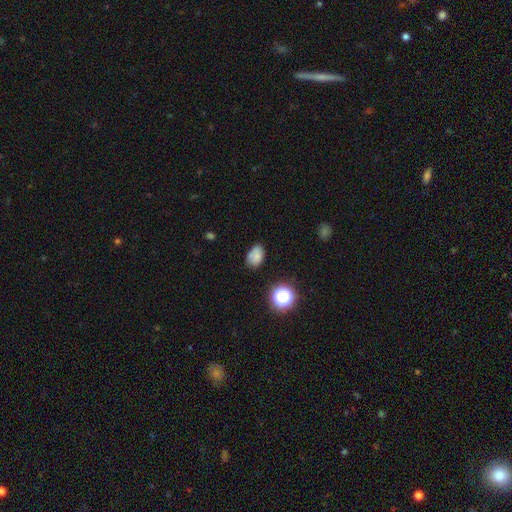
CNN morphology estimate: Smooth or featured? smooth (74%)
How rounded? in between (81%)
Merging? none (66%)